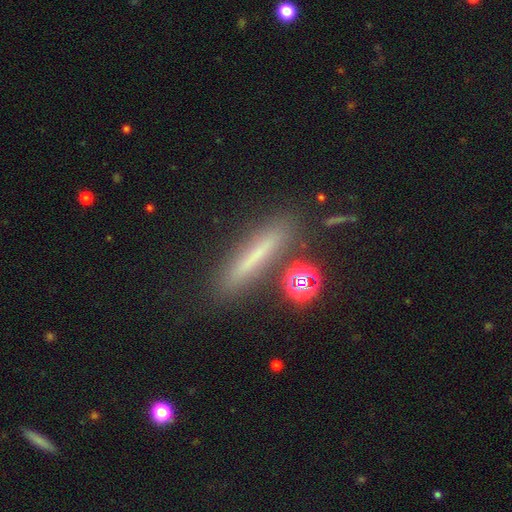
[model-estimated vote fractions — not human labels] A smooth galaxy with no disk features (55%) that is cigar-shaped (90%). Merging: none (80%).